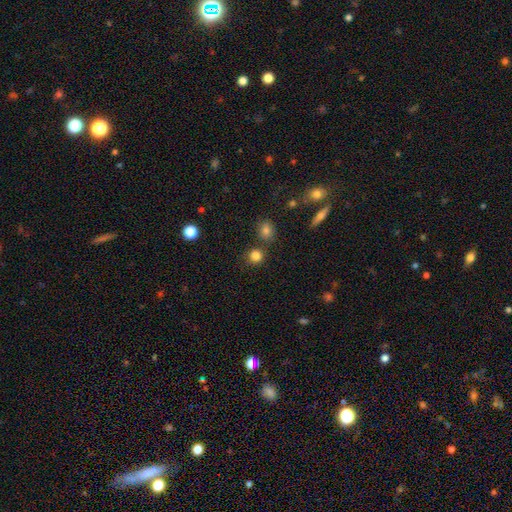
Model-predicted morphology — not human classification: smooth_or_featured: smooth (p=0.83) [alt: star or artifact p=0.13]
how_rounded: round (p=0.89) [alt: in between p=0.10]
merging: none (p=0.74) [alt: merger p=0.13]